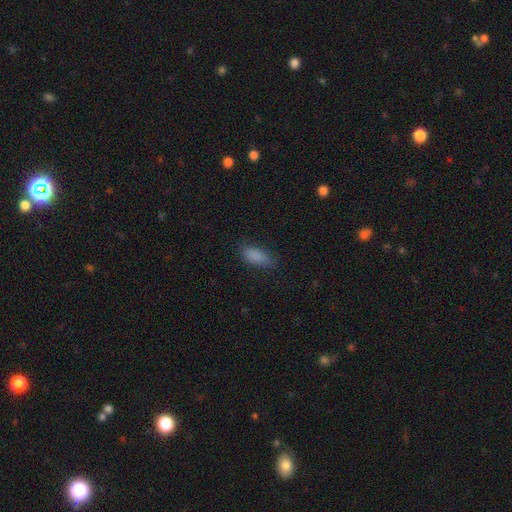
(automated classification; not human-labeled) A smooth galaxy with no disk features (86%) that is in between round and cigar-shaped (82%). Merging: none (77%).